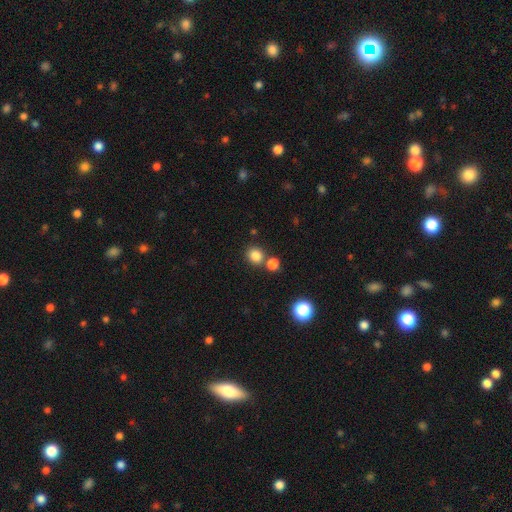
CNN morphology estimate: Smooth or featured: smooth — 82% (star or artifact — 13%)
How rounded: round — 84% (in between — 15%)
Merging: none — 68% (merger — 22%)